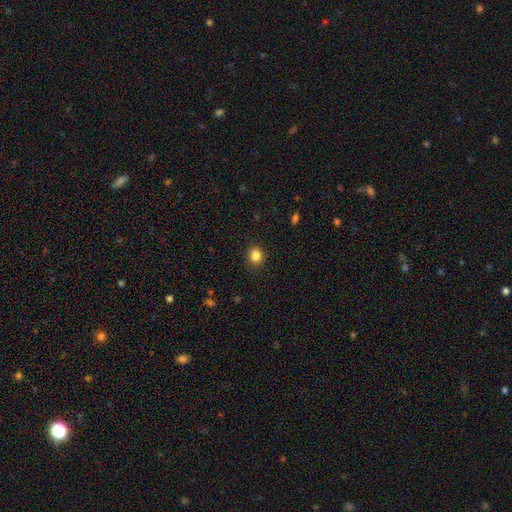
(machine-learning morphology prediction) Overall: smooth (85%). How rounded: round (70%). Merging: none (88%).